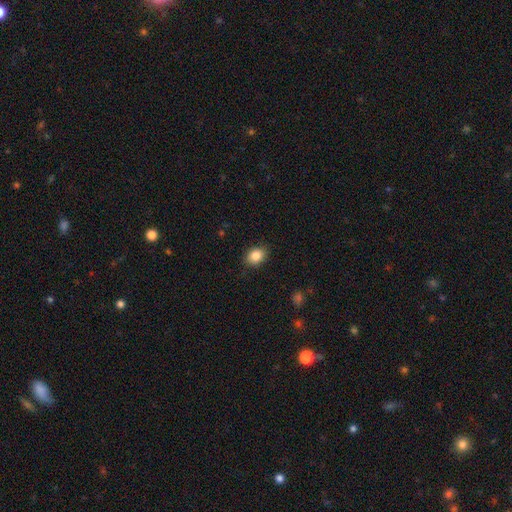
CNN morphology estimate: Smooth or featured?
  - smooth: 85% *
  - star or artifact: 9%
  - featured or disk: 6%
How rounded?
  - in between: 58% *
  - round: 41%
  - cigar-shaped: 1%
Merging?
  - none: 86% *
  - minor disturbance: 10%
  - major disturbance: 2%
  - merger: 1%